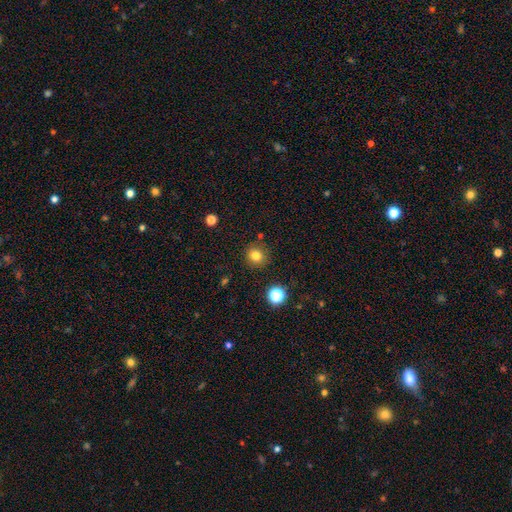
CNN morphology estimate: A smooth galaxy with no disk features (80%) that is round (88%).

Vote fractions:
- Smooth or featured? smooth: 80% / star or artifact: 13% / featured or disk: 7%
- How rounded? round: 88% / in between: 11% / cigar-shaped: 1%
- Merging? none: 87% / minor disturbance: 8% / merger: 3% / major disturbance: 3%